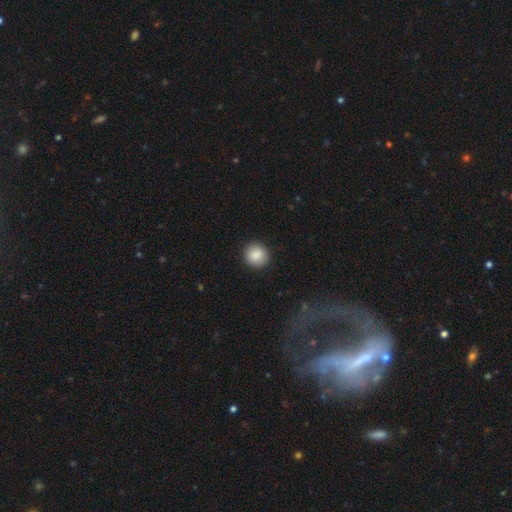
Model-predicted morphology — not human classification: Q: Smooth or featured?
A: smooth (88%); runner-up: star or artifact (8%)
Q: How rounded?
A: round (91%); runner-up: in between (8%)
Q: Merging?
A: none (91%); runner-up: minor disturbance (6%)